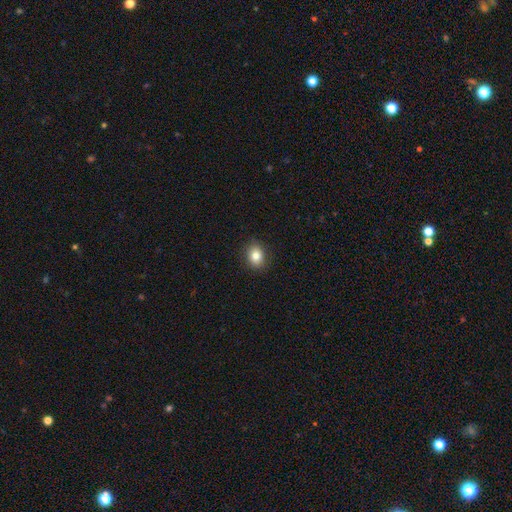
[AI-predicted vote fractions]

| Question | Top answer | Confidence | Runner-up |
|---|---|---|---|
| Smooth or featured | smooth | 82% | star or artifact (10%) |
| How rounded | round | 53% | in between (46%) |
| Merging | none | 89% | minor disturbance (8%) |